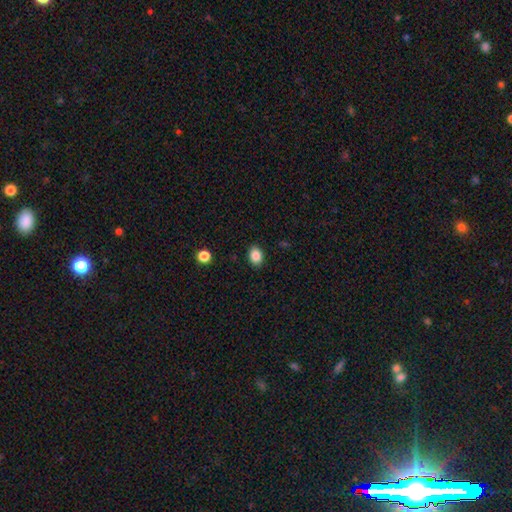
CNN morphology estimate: Smooth or featured? Predicted: smooth (p=0.87). How rounded? Predicted: in between (p=0.66). Merging? Predicted: none (p=0.89).